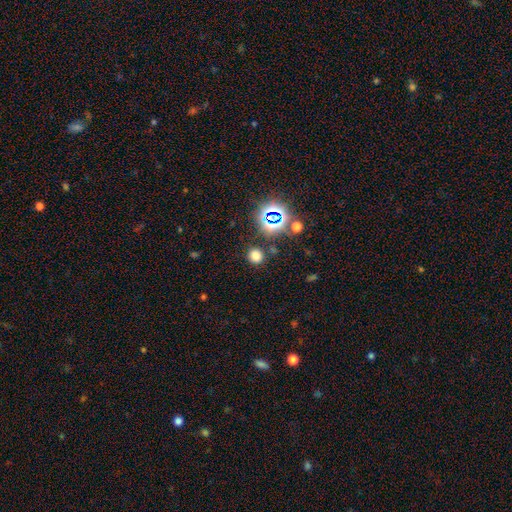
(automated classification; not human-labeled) Smooth or featured? Predicted: smooth (p=0.69). How rounded? Predicted: round (p=0.83). Merging? Predicted: none (p=0.85).